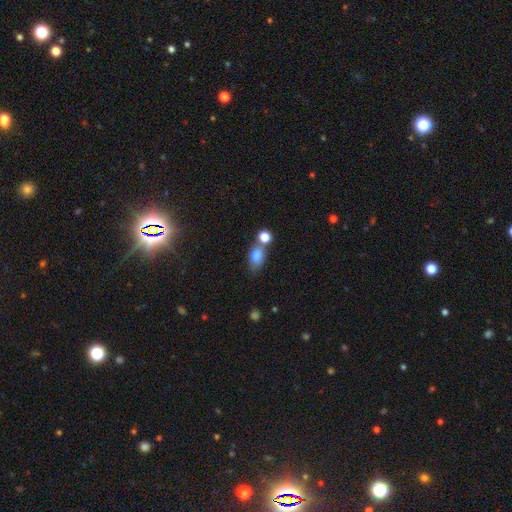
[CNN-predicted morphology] The model was most divided on "merging": none: 49%, merger: 32%, minor disturbance: 14%, major disturbance: 5%. More confident: smooth or featured — smooth (78%); how rounded — in between (74%).